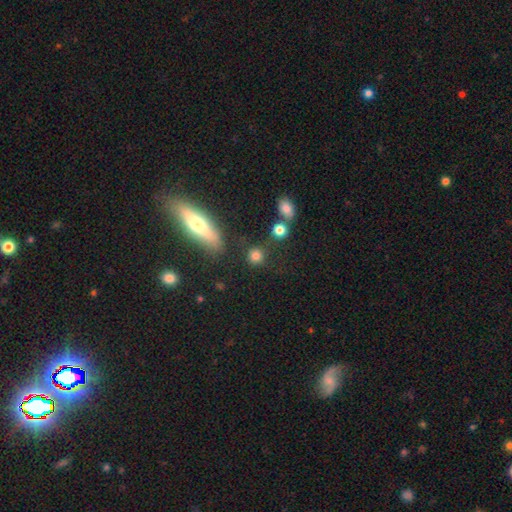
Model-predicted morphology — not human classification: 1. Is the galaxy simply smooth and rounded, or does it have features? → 80% smooth, 12% star or artifact, 8% featured or disk.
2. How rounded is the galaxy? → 81% round, 15% in between, 4% cigar-shaped.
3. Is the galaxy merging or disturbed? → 74% none, 12% minor disturbance, 8% merger, 6% major disturbance.